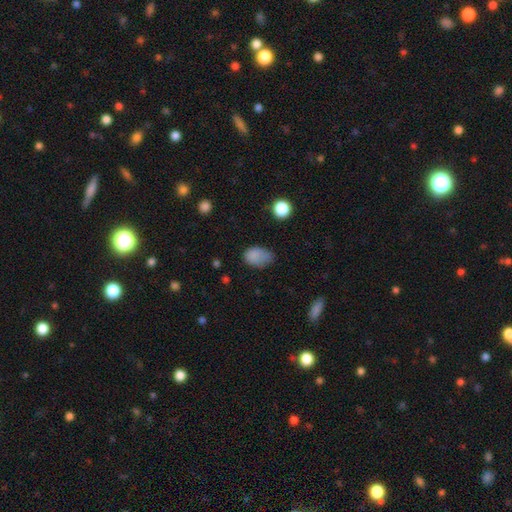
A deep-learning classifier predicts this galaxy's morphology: Overall: smooth (83%). How rounded: in between (83%). Merging: none (42%; minor disturbance 40%).